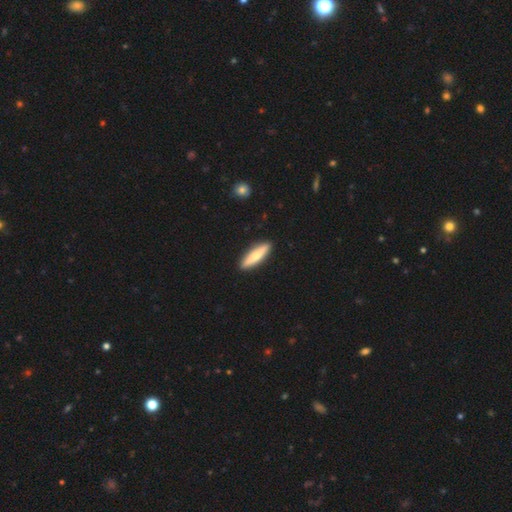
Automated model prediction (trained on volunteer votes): Morphology: type=smooth (63%); roundness=cigar-shaped (79%); merging=none (92%).